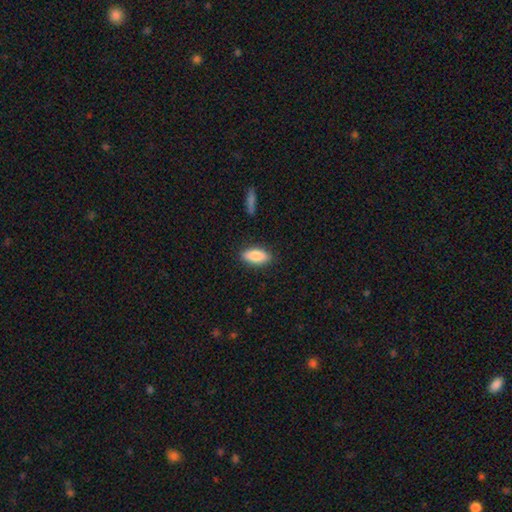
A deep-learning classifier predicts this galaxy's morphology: Overall: smooth (82%). How rounded: in between (81%). Merging: none (86%).